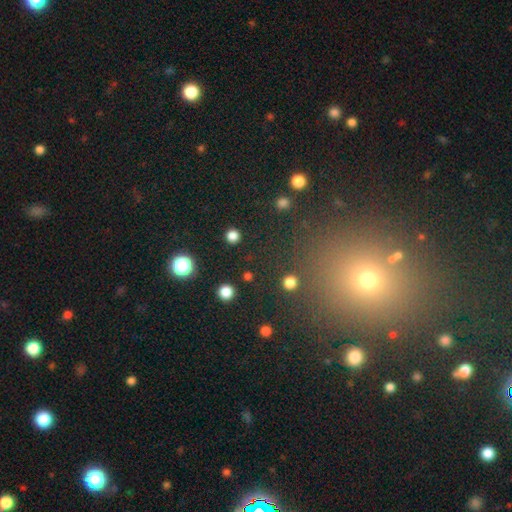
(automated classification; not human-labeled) Morphology: type=star or artifact (47%).